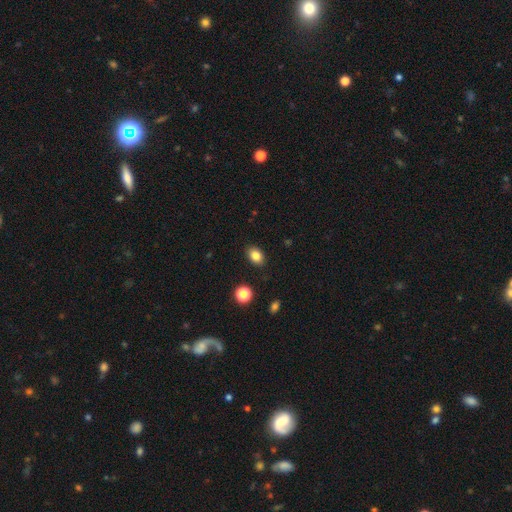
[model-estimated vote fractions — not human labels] Morphology: type=smooth (84%); roundness=in between (73%); merging=none (88%).